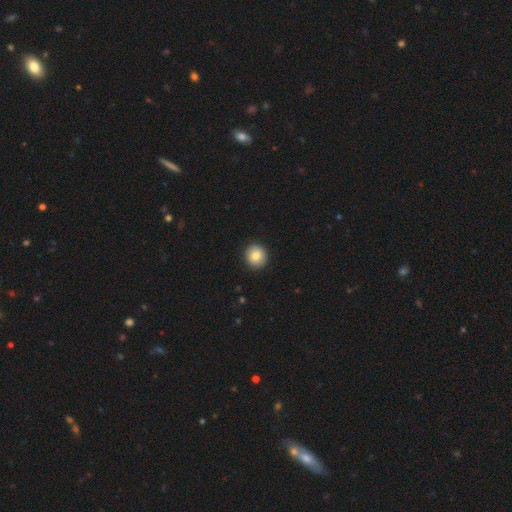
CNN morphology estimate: The model was most divided on "smooth or featured": smooth: 80%, featured or disk: 11%, star or artifact: 8%. More confident: merging — none (92%); how rounded — round (91%).